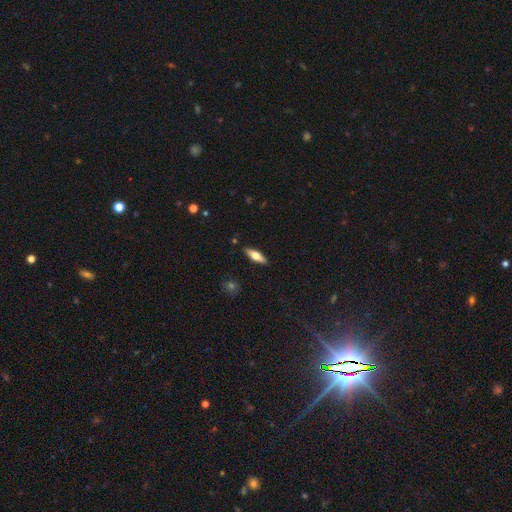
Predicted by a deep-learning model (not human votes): Smooth or featured? Predicted: smooth (p=0.54). How rounded? Predicted: cigar-shaped (p=0.54). Merging? Predicted: none (p=0.88).